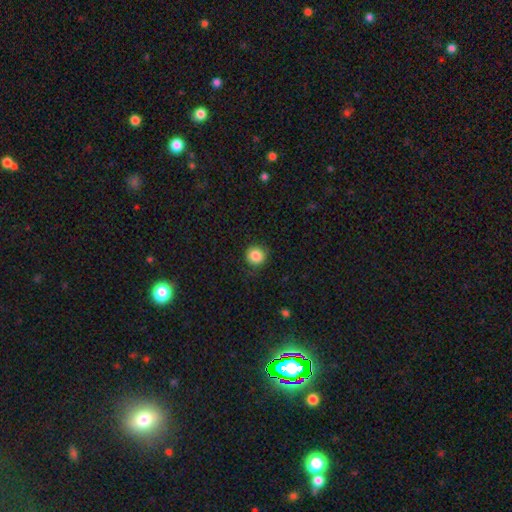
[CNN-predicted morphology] The model was most divided on "smooth or featured": smooth: 85%, star or artifact: 10%, featured or disk: 5%. More confident: how rounded — round (93%); merging — none (86%).